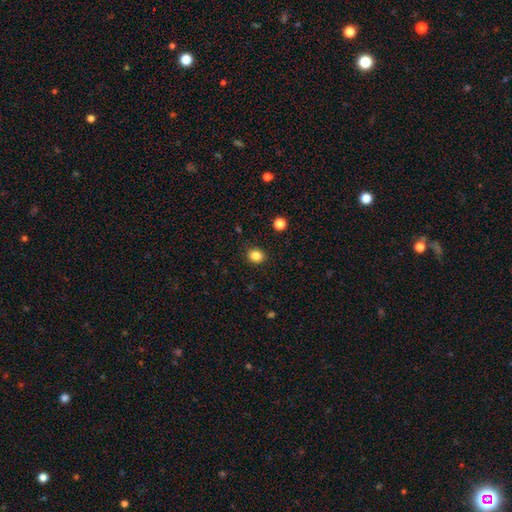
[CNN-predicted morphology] type=smooth (84%); roundness=round (72%); merging=none (90%).